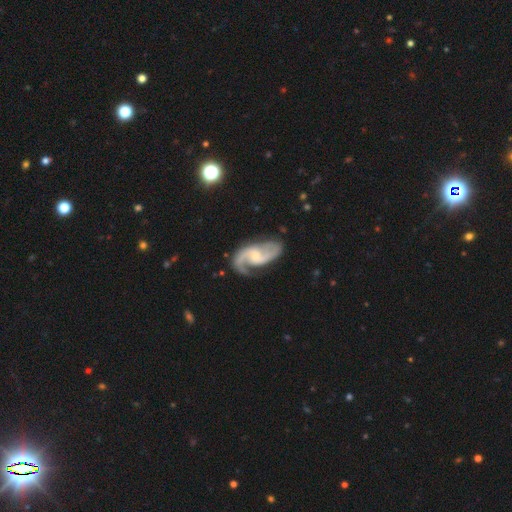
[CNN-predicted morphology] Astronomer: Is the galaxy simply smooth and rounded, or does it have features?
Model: featured or disk — 90%.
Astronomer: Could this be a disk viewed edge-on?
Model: no — 97%.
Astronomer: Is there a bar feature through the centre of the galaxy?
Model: weak — 46% (runner-up: no, 43%).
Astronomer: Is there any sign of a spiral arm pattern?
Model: yes — 98%.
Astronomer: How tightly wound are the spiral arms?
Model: medium — 49% (runner-up: loose, 38%).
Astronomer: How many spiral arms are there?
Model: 2 — 91%.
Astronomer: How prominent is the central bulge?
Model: small — 53% (runner-up: moderate, 28%).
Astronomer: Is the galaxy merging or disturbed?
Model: none — 72%.